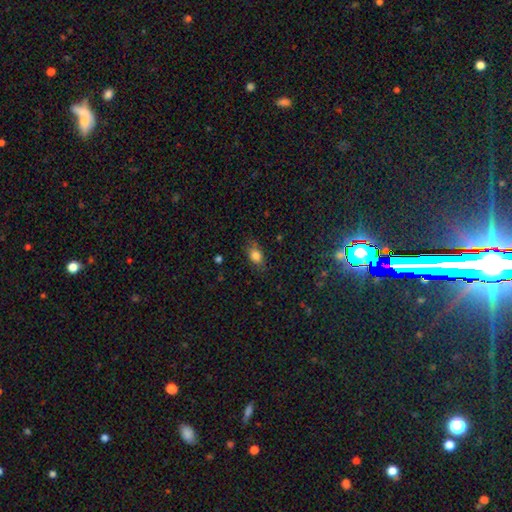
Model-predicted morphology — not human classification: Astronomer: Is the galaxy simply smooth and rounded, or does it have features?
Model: smooth — 80%.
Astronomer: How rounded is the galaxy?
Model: in between — 81%.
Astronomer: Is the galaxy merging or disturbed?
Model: none — 76%.